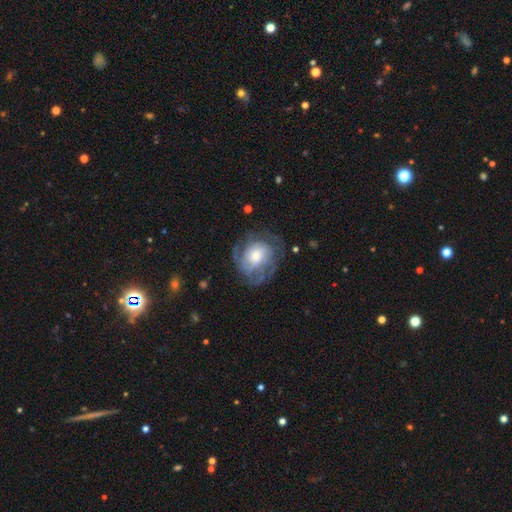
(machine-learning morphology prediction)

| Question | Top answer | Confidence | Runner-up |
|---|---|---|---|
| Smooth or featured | featured or disk | 69% | smooth (24%) |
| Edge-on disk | no | 97% | yes (3%) |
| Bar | no | 76% | weak (20%) |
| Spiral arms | yes | 84% | no (16%) |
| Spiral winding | tight | 53% | medium (34%) |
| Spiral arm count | can't tell | 45% | 2 (18%) |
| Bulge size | moderate | 50% | small (29%) |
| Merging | none | 67% | minor disturbance (19%) |